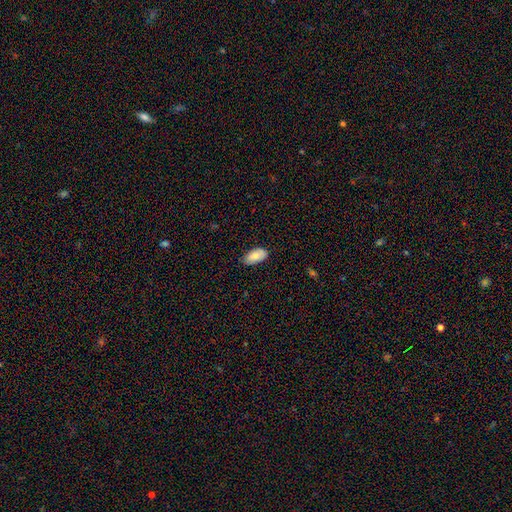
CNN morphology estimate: type=smooth (82%); roundness=in between (94%); merging=none (77%).